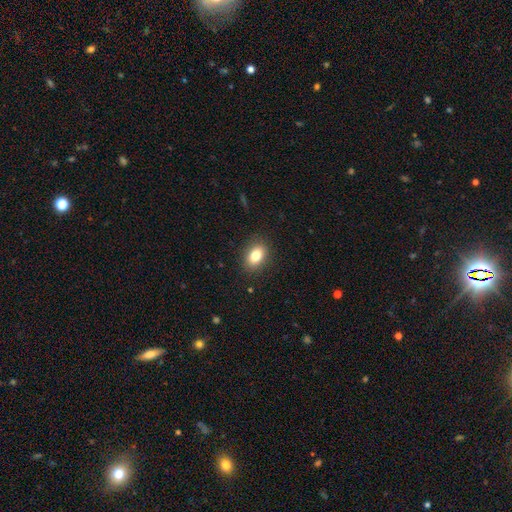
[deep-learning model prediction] Smooth or featured?
  - smooth: 82% *
  - star or artifact: 9%
  - featured or disk: 9%
How rounded?
  - in between: 83% *
  - round: 15%
  - cigar-shaped: 2%
Merging?
  - none: 87% *
  - minor disturbance: 9%
  - major disturbance: 3%
  - merger: 1%